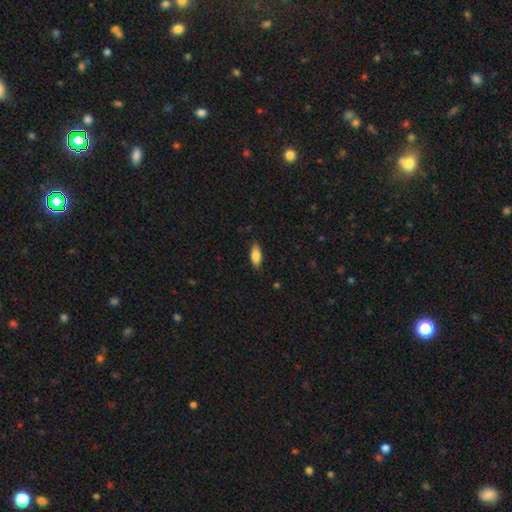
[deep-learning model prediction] This appears to be a smooth galaxy with no disk features (85%) that is in between round and cigar-shaped (83%). Merging: none (85%).